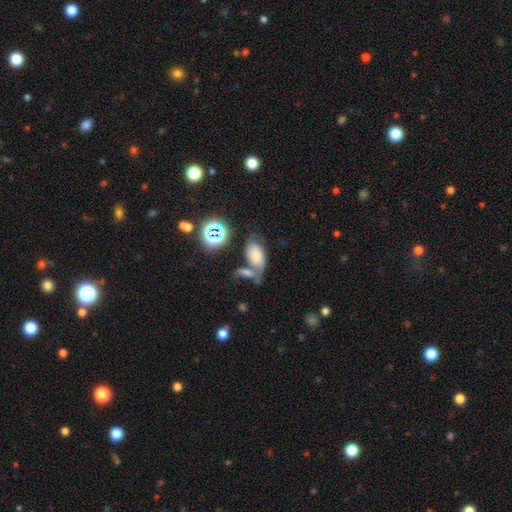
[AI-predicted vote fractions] smooth-or-featured: smooth: 67% | featured or disk: 18% | star or artifact: 15%
  how-rounded: in between: 89% | round: 8% | cigar-shaped: 3%
  merging: none: 40% | merger: 36% | minor disturbance: 16% | major disturbance: 9%